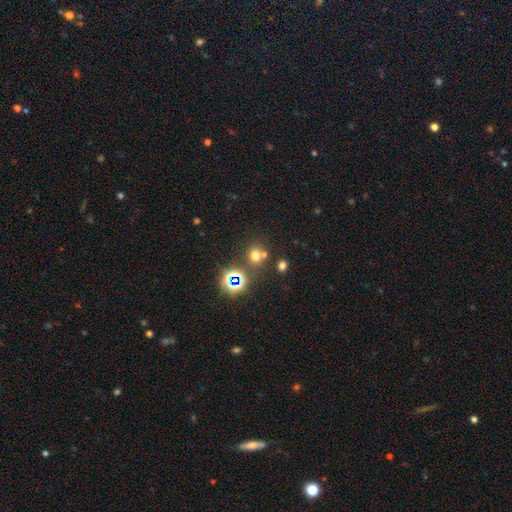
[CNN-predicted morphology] This is possibly a smooth galaxy (60%). How rounded: clearly round (81%). Merging: likely none (67%).